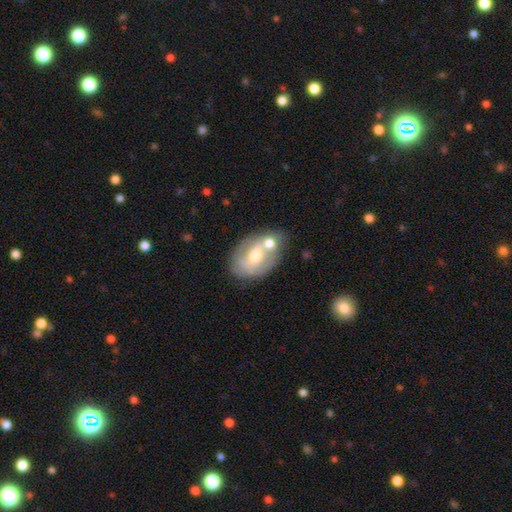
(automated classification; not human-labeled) Smooth or featured: featured or disk — 56% (smooth — 36%)
Edge-on disk: no — 95% (yes — 5%)
Bar: no — 62% (weak — 29%)
Spiral arms: no — 53% (yes — 47%)
Bulge size: moderate — 69% (small — 23%)
Merging: none — 43% (merger — 34%)